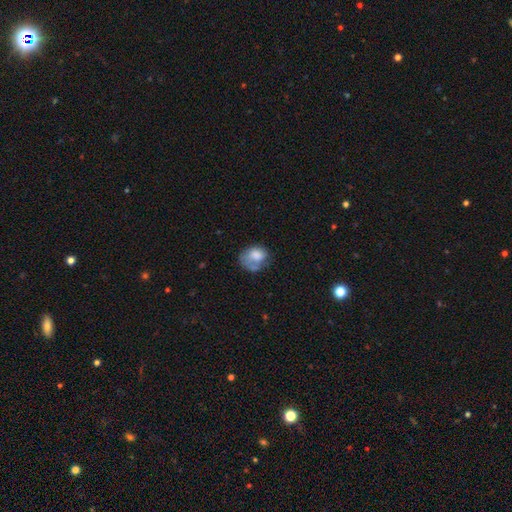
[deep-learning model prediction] Smooth or featured: smooth — 64% (featured or disk — 27%)
How rounded: in between — 55% (round — 44%)
Merging: none — 37% (major disturbance — 28%)